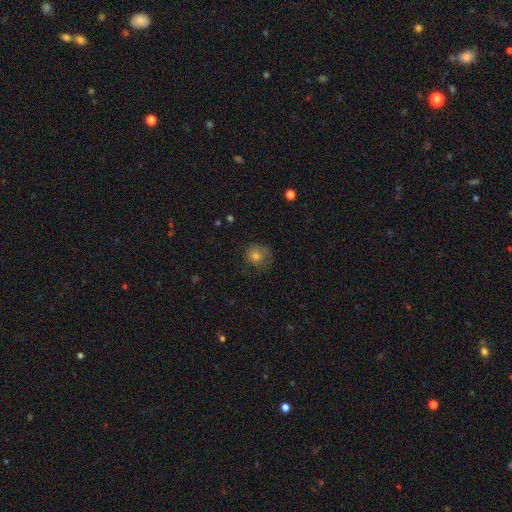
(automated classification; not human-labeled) Smooth or featured: smooth — 68% (featured or disk — 18%)
How rounded: round — 83% (in between — 16%)
Merging: none — 62% (minor disturbance — 23%)